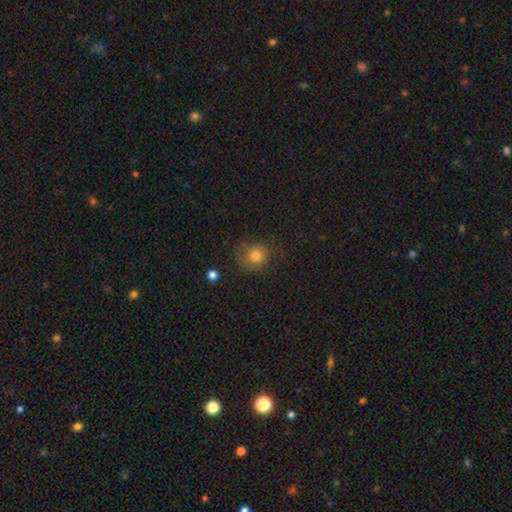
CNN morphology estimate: A smooth galaxy with no disk features (76%) that is round (87%).

Vote fractions:
- Smooth or featured? smooth: 76% / star or artifact: 13% / featured or disk: 12%
- How rounded? round: 87% / in between: 12% / cigar-shaped: 1%
- Merging? none: 73% / minor disturbance: 17% / major disturbance: 8% / merger: 2%